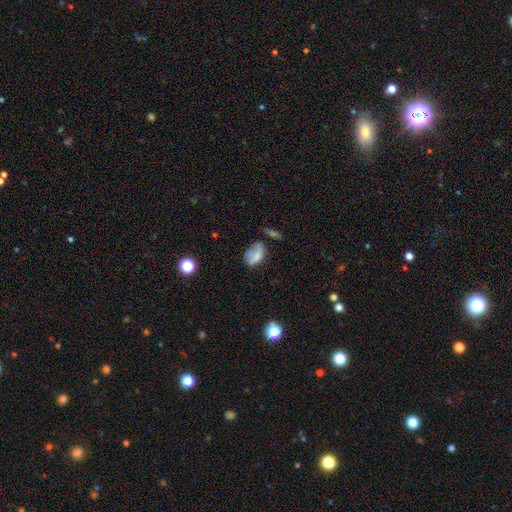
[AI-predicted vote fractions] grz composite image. It shows a smooth galaxy with no disk features (72%) that is in between round and cigar-shaped (86%). Merging: none (41%).